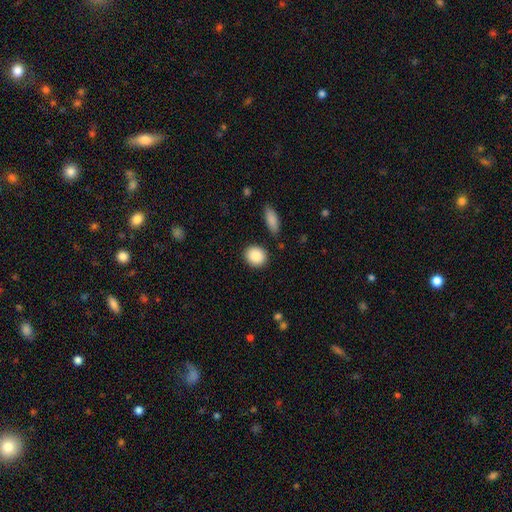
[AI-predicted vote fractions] Smooth or featured? smooth (88%)
How rounded? round (68%)
Merging? none (87%)